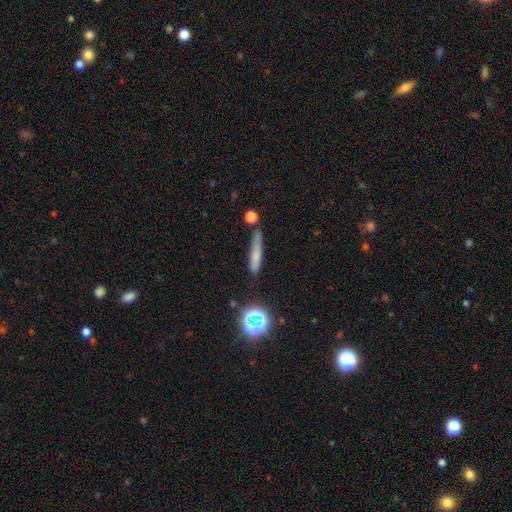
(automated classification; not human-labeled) This is likely a smooth galaxy (63%). How rounded: clearly cigar-shaped (87%). Merging: likely none (68%).